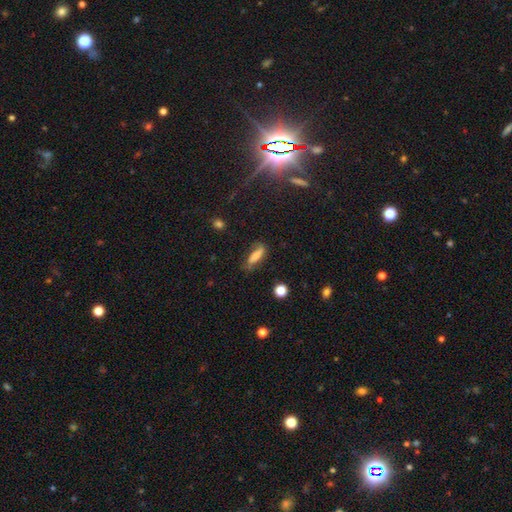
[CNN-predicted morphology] smooth-or-featured: smooth: 65% | featured or disk: 26% | star or artifact: 9%
  how-rounded: cigar-shaped: 53% | in between: 44% | round: 3%
  merging: none: 67% | minor disturbance: 23% | major disturbance: 8% | merger: 2%